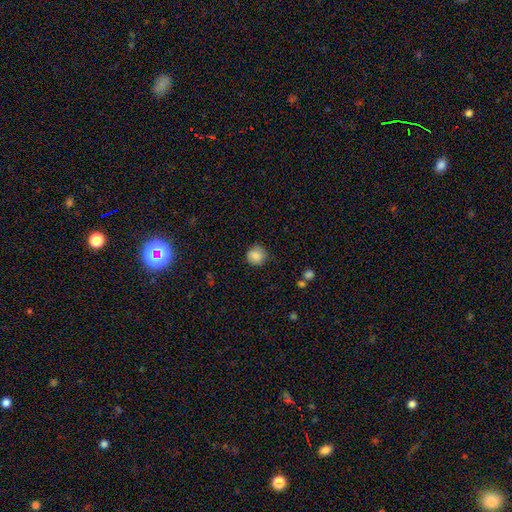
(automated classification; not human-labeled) Overall: smooth (85%). How rounded: round (88%). Merging: none (82%).